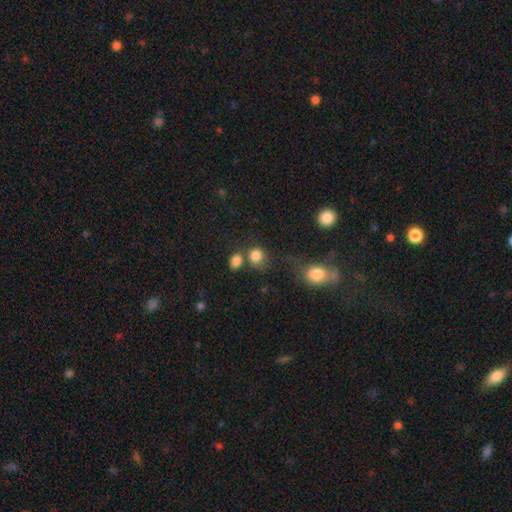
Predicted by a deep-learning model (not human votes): Morphology: type=smooth (83%); roundness=round (73%); merging=none (54%).